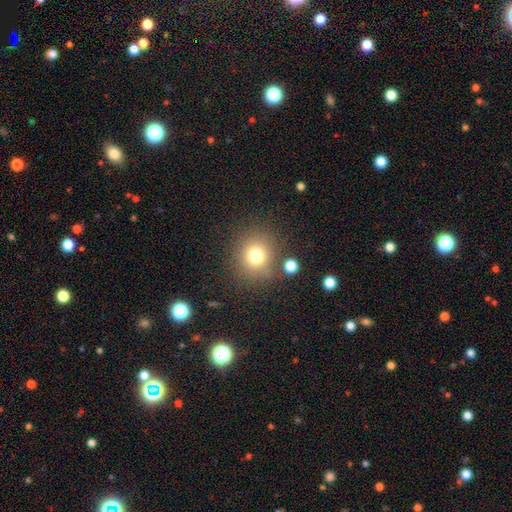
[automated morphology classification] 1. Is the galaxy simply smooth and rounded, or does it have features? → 76% smooth, 15% star or artifact, 10% featured or disk.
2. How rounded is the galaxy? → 83% round, 16% in between, 1% cigar-shaped.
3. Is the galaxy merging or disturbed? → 78% none, 11% minor disturbance, 6% merger, 5% major disturbance.